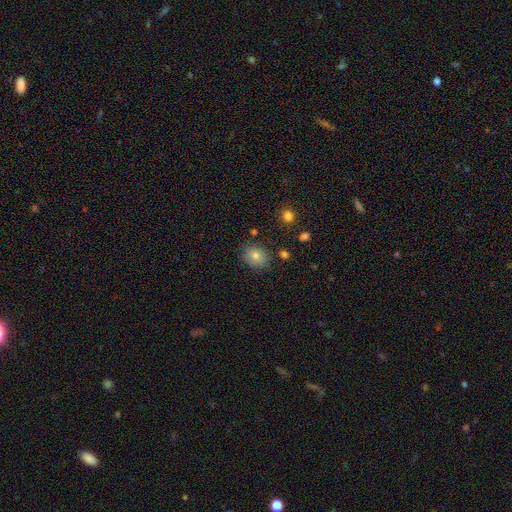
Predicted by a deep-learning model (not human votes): smooth 76%, star or artifact 13%, featured or disk 11%. Down the decision tree: how rounded — round (57%); merging — none (84%).